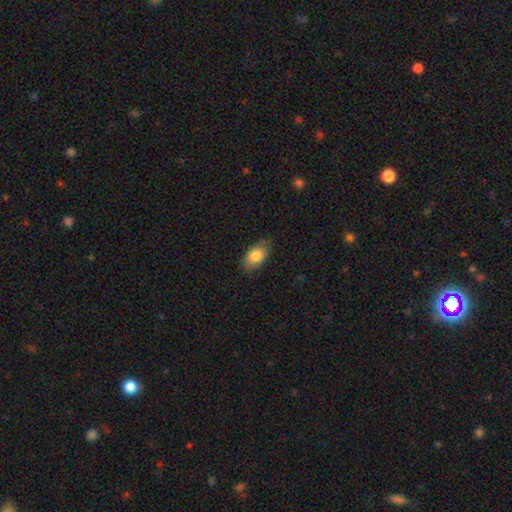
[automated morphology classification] A smooth galaxy with no disk features (83%) that is in between round and cigar-shaped (92%).

Vote fractions:
- Smooth or featured? smooth: 83% / featured or disk: 11% / star or artifact: 7%
- How rounded? in between: 92% / round: 6% / cigar-shaped: 2%
- Merging? none: 76% / minor disturbance: 19% / major disturbance: 4% / merger: 1%